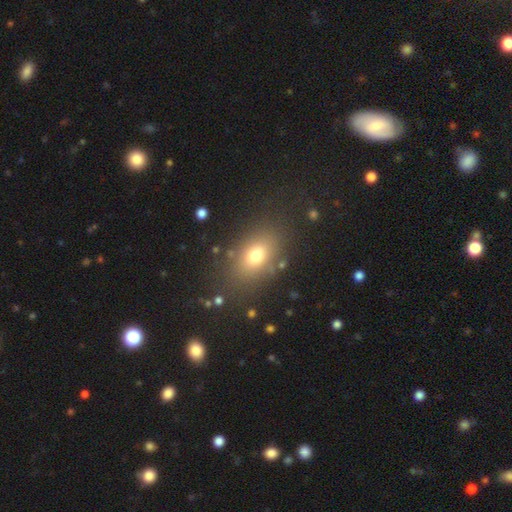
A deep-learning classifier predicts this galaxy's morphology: Smooth or featured? Predicted: smooth (p=0.72). How rounded? Predicted: in between (p=0.78). Merging? Predicted: none (p=0.80).